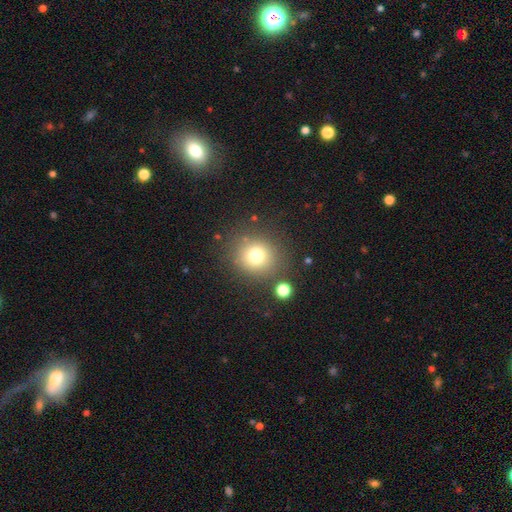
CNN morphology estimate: type=smooth (73%); roundness=round (89%); merging=none (81%).